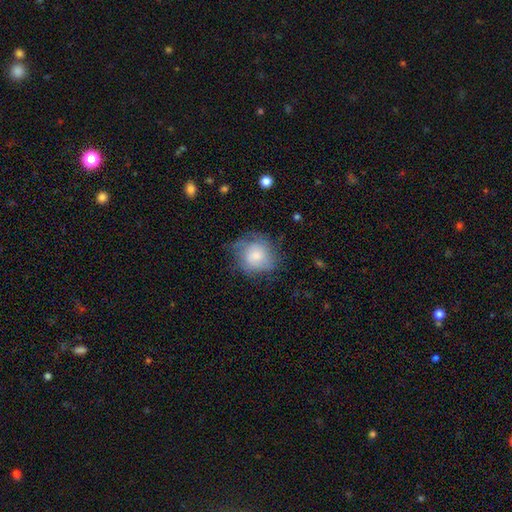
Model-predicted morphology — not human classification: A smooth galaxy with no disk features (62%) that is round (85%).

Vote fractions:
- Smooth or featured? smooth: 62% / featured or disk: 29% / star or artifact: 8%
- How rounded? round: 85% / in between: 14% / cigar-shaped: 1%
- Merging? none: 59% / minor disturbance: 26% / major disturbance: 13% / merger: 1%